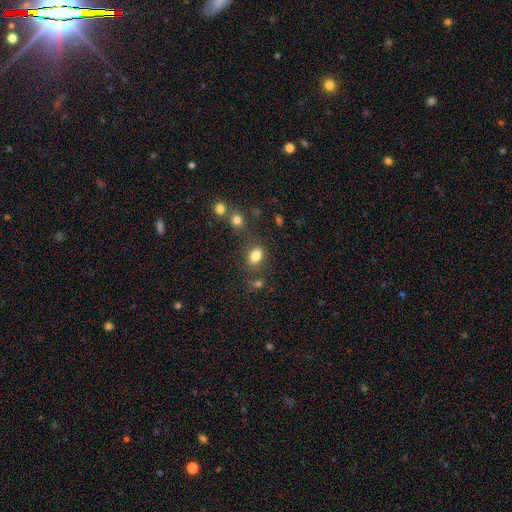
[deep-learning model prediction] Smooth or featured?
  - smooth: 81% *
  - star or artifact: 12%
  - featured or disk: 7%
How rounded?
  - in between: 67% *
  - round: 32%
  - cigar-shaped: 1%
Merging?
  - none: 71% *
  - minor disturbance: 14%
  - merger: 9%
  - major disturbance: 5%